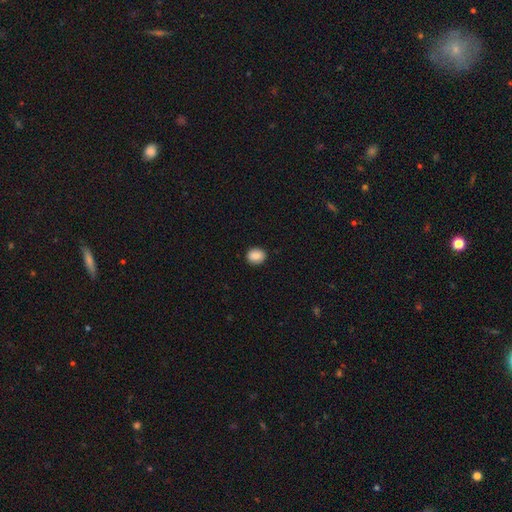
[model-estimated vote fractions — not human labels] A smooth galaxy with no disk features (88%) that is round (64%).

Vote fractions:
- Smooth or featured? smooth: 88% / star or artifact: 8% / featured or disk: 4%
- How rounded? round: 64% / in between: 35% / cigar-shaped: 1%
- Merging? none: 90% / minor disturbance: 7% / major disturbance: 2% / merger: 1%